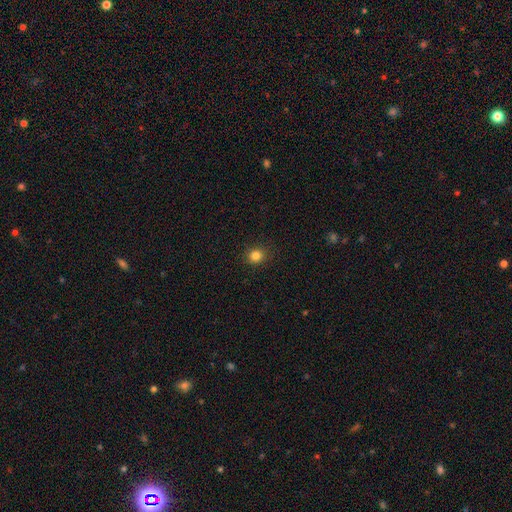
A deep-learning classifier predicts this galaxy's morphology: Overall: smooth (83%). How rounded: round (83%). Merging: none (90%).